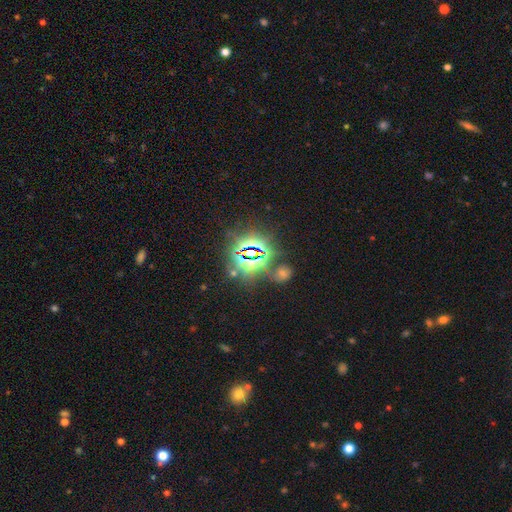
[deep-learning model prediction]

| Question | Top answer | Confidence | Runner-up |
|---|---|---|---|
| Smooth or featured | star or artifact | 78% | smooth (14%) |